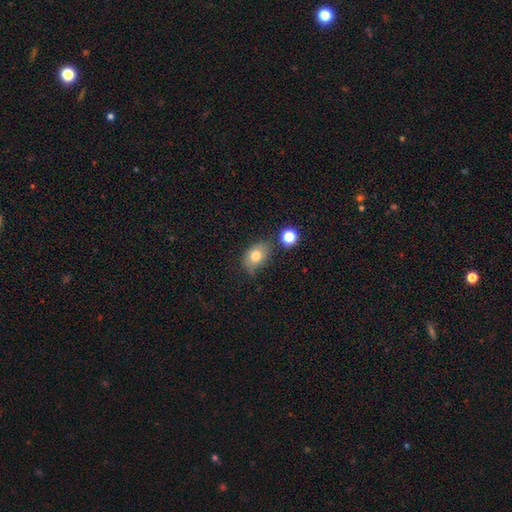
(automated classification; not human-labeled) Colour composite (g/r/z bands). It shows a smooth galaxy with no disk features (76%) that is in between round and cigar-shaped (74%). Merging: none (60%).